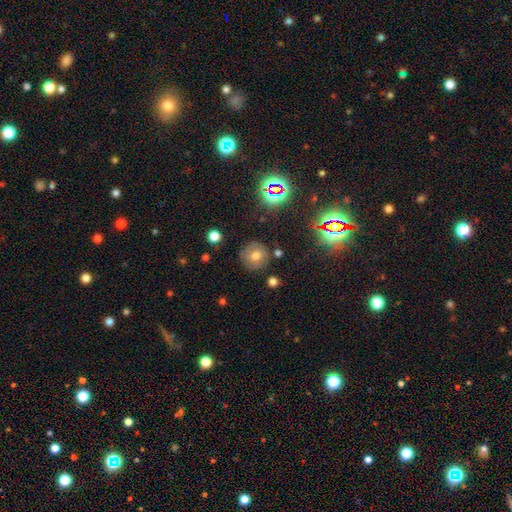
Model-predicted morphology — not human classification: smooth 56%, featured or disk 25%, star or artifact 19%. Down the decision tree: how rounded — round (89%); merging — none (80%).